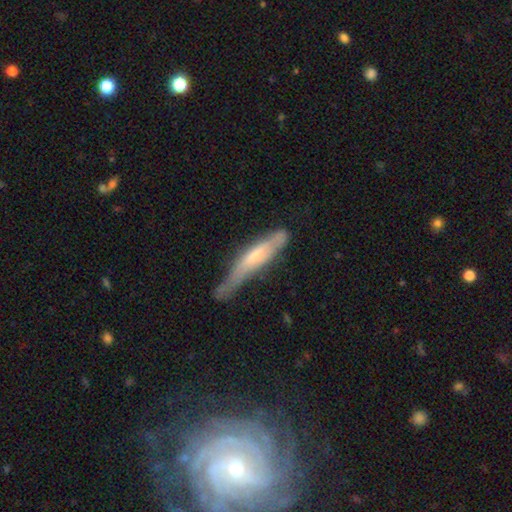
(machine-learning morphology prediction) Smooth or featured?
  - featured or disk: 48% *
  - smooth: 46%
  - star or artifact: 6%
Merging?
  - none: 39% *
  - minor disturbance: 38%
  - major disturbance: 19%
  - merger: 4%